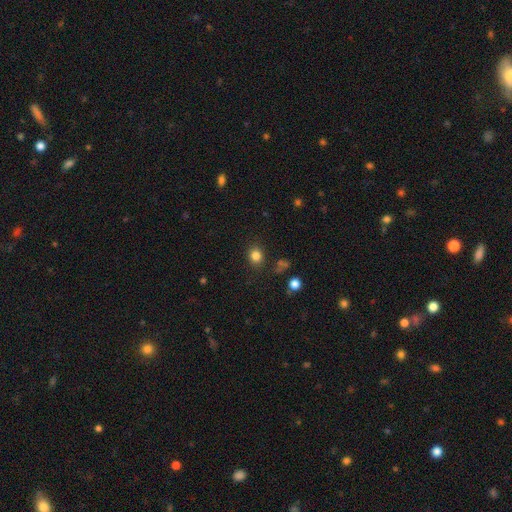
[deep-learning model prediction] smooth-or-featured: smooth: 82% | star or artifact: 13% | featured or disk: 5%
  how-rounded: round: 74% | in between: 25% | cigar-shaped: 1%
  merging: none: 84% | minor disturbance: 10% | major disturbance: 3% | merger: 3%